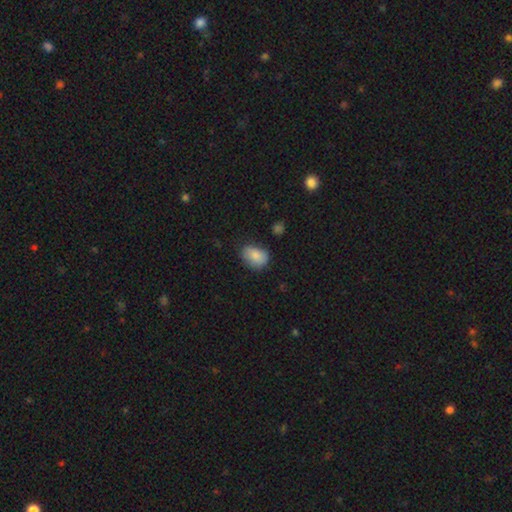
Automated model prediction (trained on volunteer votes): Overall: smooth (84%). How rounded: in between (77%). Merging: none (64%; minor disturbance 28%).